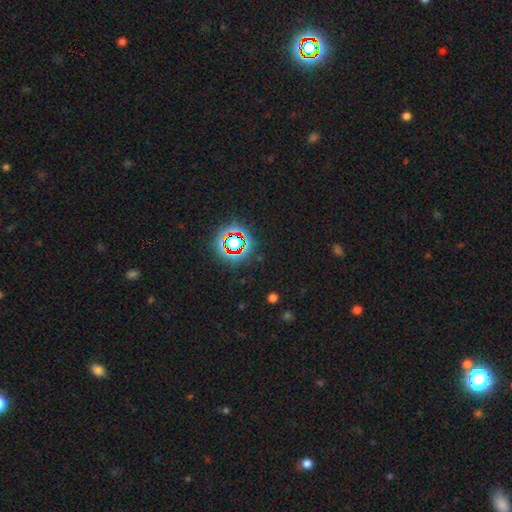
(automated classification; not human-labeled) smooth-or-featured: star or artifact: 71% | smooth: 18% | featured or disk: 11%